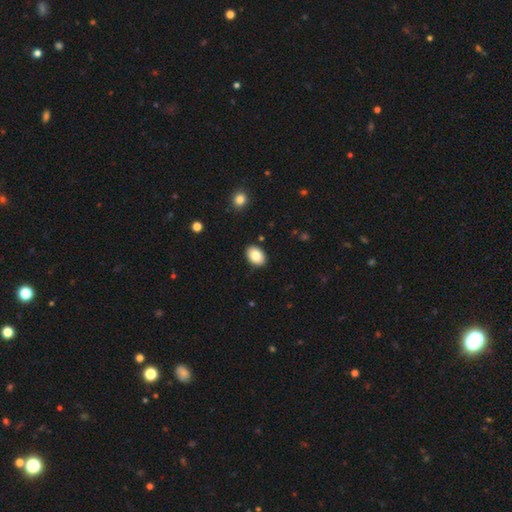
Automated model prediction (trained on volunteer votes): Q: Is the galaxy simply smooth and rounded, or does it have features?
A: smooth — 84%.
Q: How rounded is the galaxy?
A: in between — 84%.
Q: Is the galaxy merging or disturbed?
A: none — 89%.